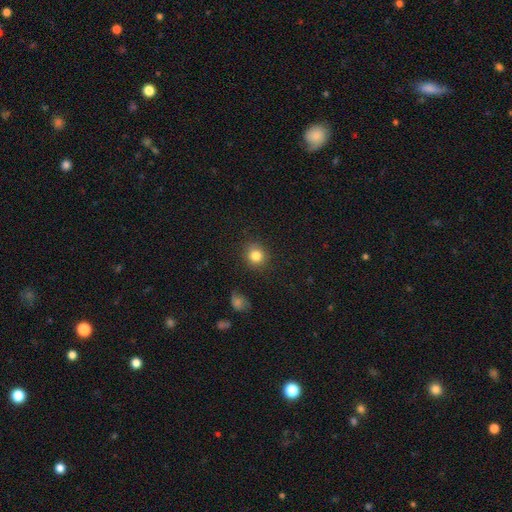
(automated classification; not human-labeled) Smooth or featured? smooth (82%)
How rounded? round (87%)
Merging? none (87%)